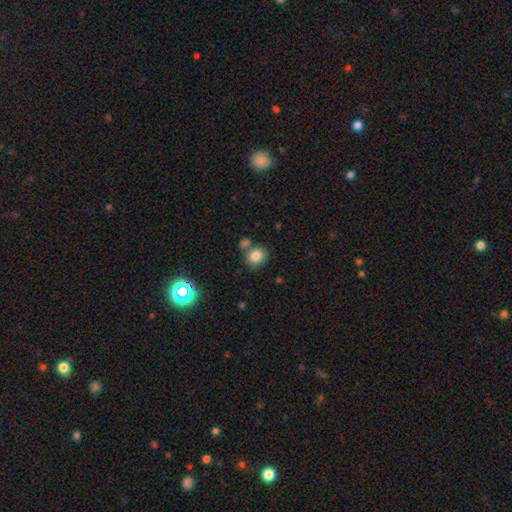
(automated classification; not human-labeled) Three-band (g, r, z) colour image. It shows a smooth galaxy with no disk features (82%) that is round (68%). Merging: none (64%).